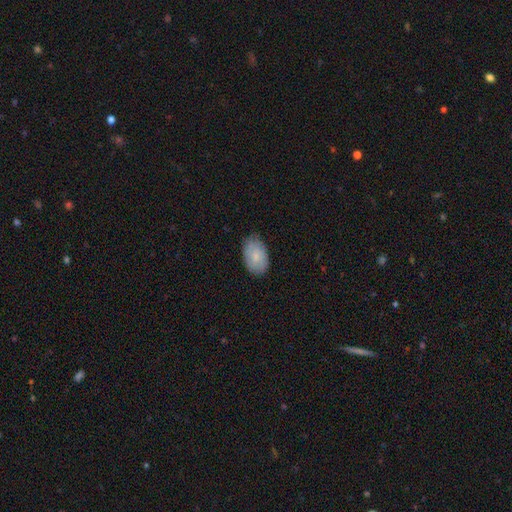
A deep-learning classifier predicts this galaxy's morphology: This is likely a smooth galaxy (75%). How rounded: clearly in between (91%). Merging: likely none (78%).